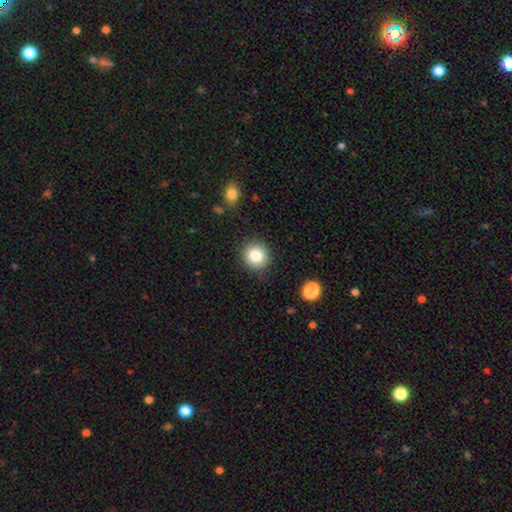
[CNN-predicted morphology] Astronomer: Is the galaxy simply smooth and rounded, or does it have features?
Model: smooth — 82%.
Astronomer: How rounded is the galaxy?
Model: round — 88%.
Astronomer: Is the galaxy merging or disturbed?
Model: none — 88%.